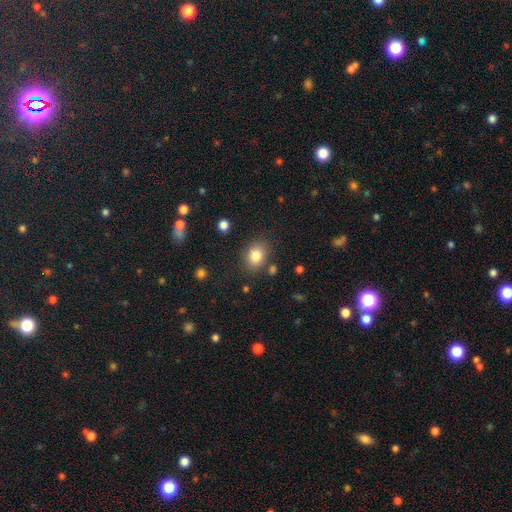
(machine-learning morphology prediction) type=smooth (82%); roundness=in between (52%); merging=none (79%).